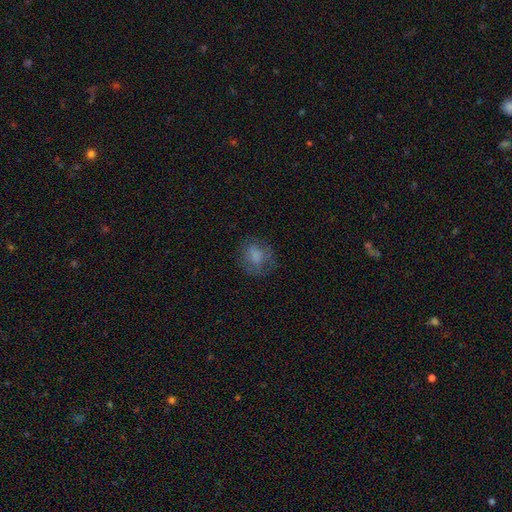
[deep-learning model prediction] smooth_or_featured: smooth (p=0.68) [alt: featured or disk p=0.20]
how_rounded: round (p=0.60) [alt: in between p=0.38]
merging: none (p=0.63) [alt: minor disturbance p=0.20]